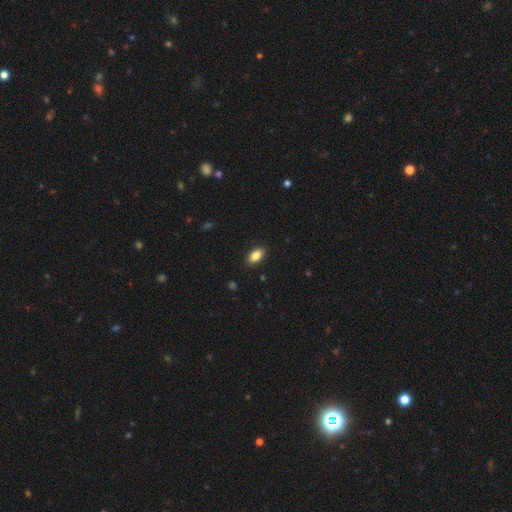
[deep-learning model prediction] smooth 85%, star or artifact 8%, featured or disk 7%. Down the decision tree: how rounded — in between (91%); merging — none (89%).